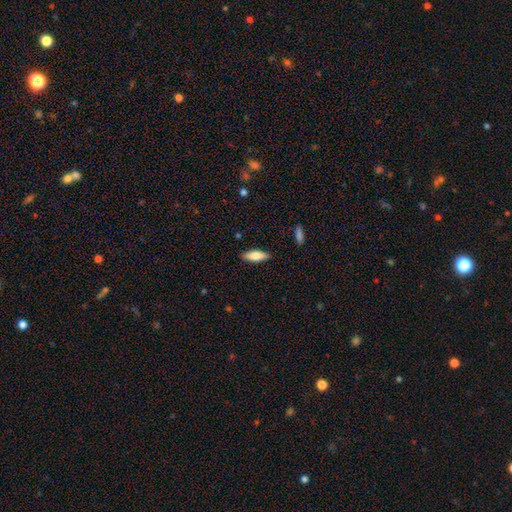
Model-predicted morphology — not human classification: The model was most divided on "how rounded": in between: 61%, cigar-shaped: 37%, round: 2%. More confident: merging — none (87%); smooth or featured — smooth (74%).